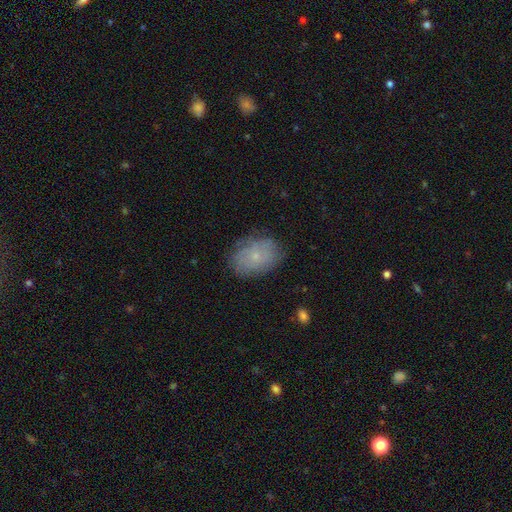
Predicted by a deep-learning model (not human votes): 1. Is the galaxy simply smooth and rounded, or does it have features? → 60% smooth, 31% featured or disk, 9% star or artifact.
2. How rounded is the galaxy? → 79% in between, 20% round, 1% cigar-shaped.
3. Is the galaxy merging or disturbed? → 77% none, 17% minor disturbance, 5% major disturbance, 1% merger.